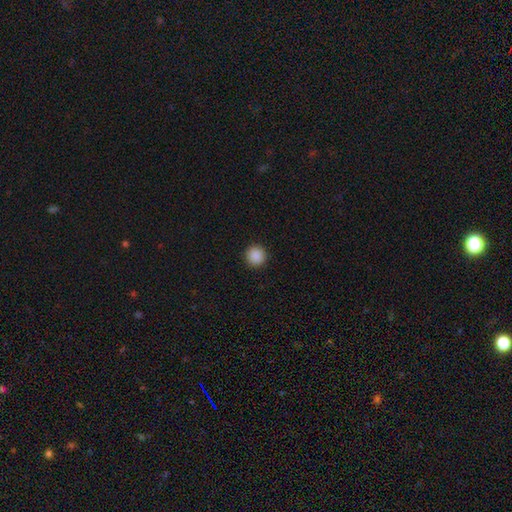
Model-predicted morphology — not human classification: Smooth or featured? smooth (89%)
How rounded? round (95%)
Merging? none (93%)